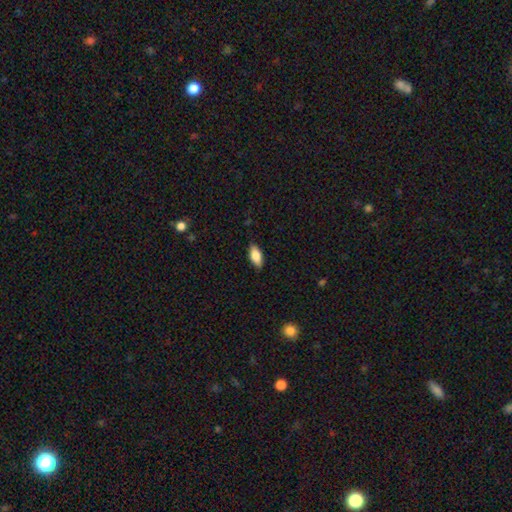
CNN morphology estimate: Smooth or featured? Predicted: smooth (p=0.79). How rounded? Predicted: in between (p=0.84). Merging? Predicted: none (p=0.86).